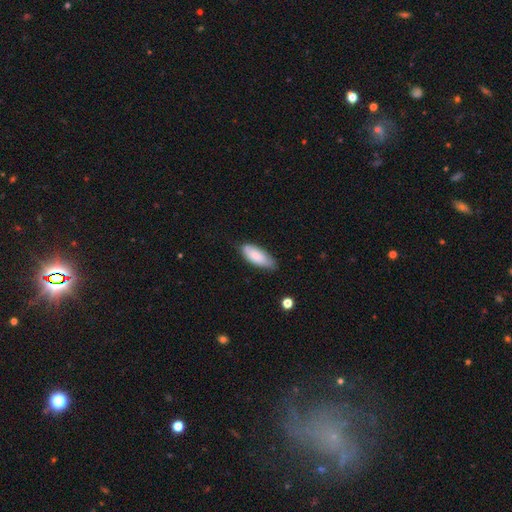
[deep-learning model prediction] This is likely a smooth galaxy (80%). How rounded: likely in between (80%). Merging: likely none (67%).